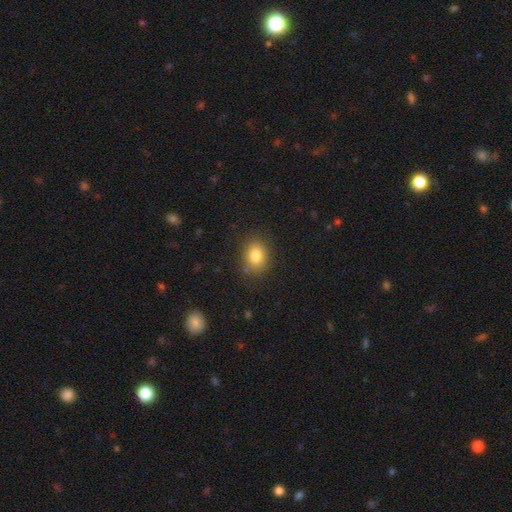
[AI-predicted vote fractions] smooth_or_featured: smooth (p=0.82) [alt: star or artifact p=0.10]
how_rounded: in between (p=0.56) [alt: round p=0.43]
merging: none (p=0.84) [alt: minor disturbance p=0.11]